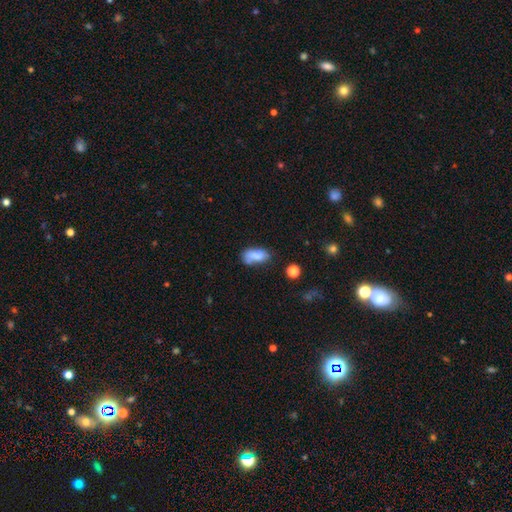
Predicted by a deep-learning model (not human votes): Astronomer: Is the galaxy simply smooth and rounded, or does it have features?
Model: smooth — 72%.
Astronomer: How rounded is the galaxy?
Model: in between — 87%.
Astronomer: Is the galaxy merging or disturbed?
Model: none — 43% (runner-up: minor disturbance, 28%).